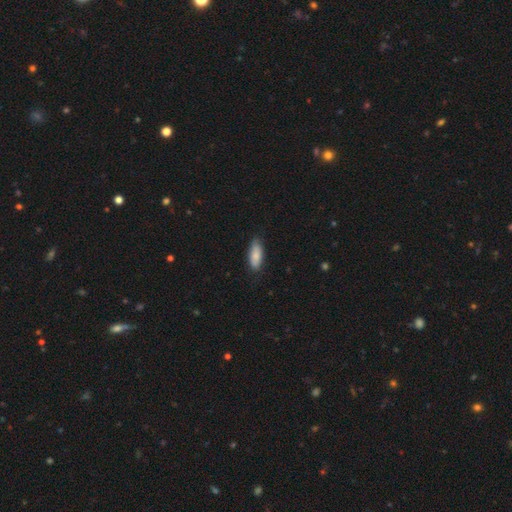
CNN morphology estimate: This appears to be a smooth galaxy with no disk features (82%) that is in between round and cigar-shaped (74%). Merging: none (76%).